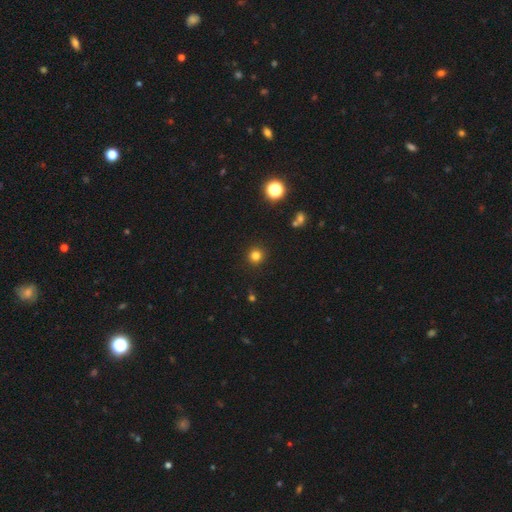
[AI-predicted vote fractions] A smooth galaxy with no disk features (80%) that is round (94%). Merging: none (92%).